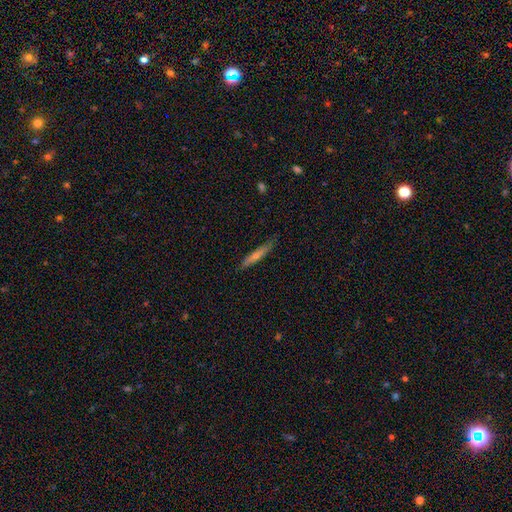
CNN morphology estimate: type=smooth (48%); merging=none (84%).